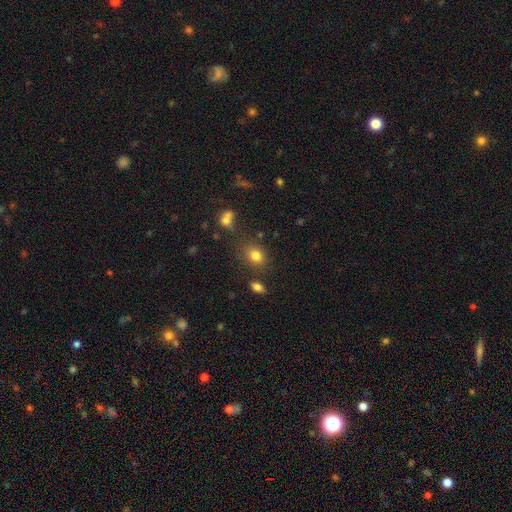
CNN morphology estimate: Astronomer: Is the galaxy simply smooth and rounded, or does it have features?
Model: smooth — 80%.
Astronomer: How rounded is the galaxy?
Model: in between — 50% (runner-up: round, 48%).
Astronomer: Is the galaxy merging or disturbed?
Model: none — 75%.